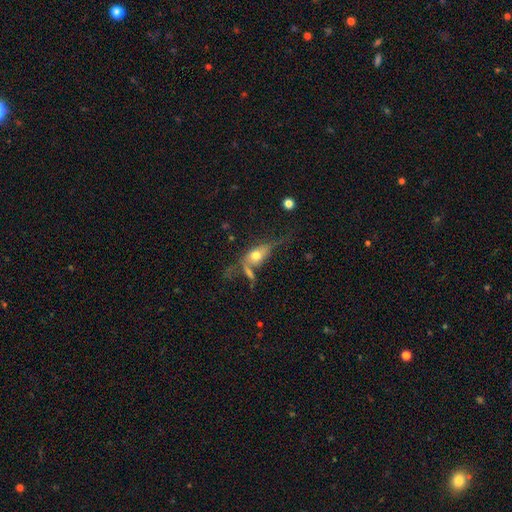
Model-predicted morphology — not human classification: A smooth galaxy with no disk features (53%) that is in between round and cigar-shaped (76%). Merging: none (34%).